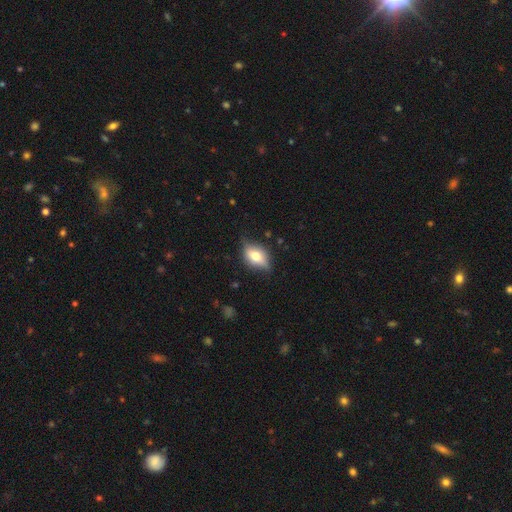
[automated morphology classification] This appears to be a smooth galaxy with no disk features (55%) that is in between round and cigar-shaped (79%). Merging: none (68%).